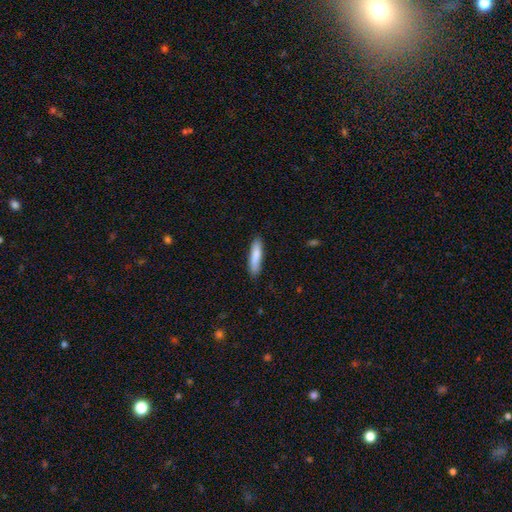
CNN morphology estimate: This is clearly a smooth galaxy (84%). How rounded: clearly cigar-shaped (80%). Merging: clearly none (87%).